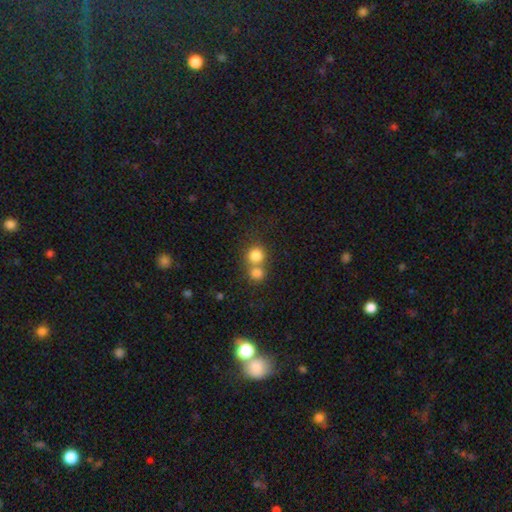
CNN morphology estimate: This is clearly a smooth galaxy (80%). How rounded: clearly round (88%). Merging: possibly merger (47%).